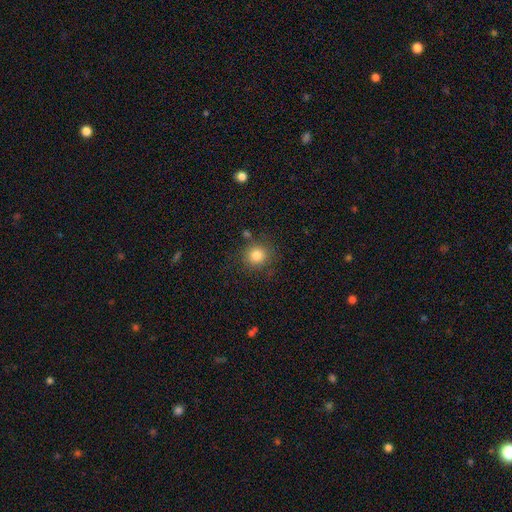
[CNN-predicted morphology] smooth-or-featured: smooth: 83% | star or artifact: 11% | featured or disk: 6%
  how-rounded: round: 88% | in between: 11% | cigar-shaped: 1%
  merging: none: 82% | minor disturbance: 10% | merger: 4% | major disturbance: 4%